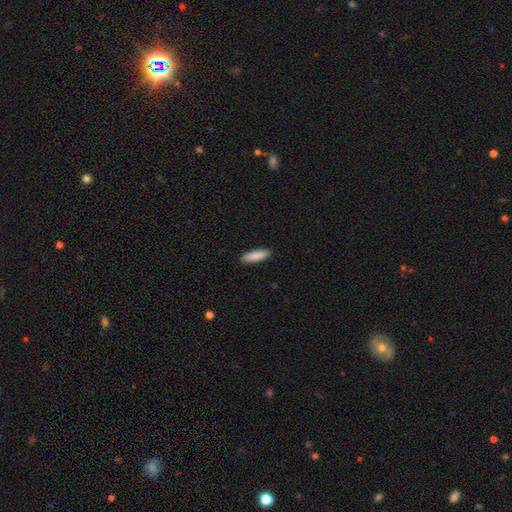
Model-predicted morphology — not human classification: This appears to be a smooth galaxy with no disk features (89%) that is cigar-shaped (61%). Merging: none (90%).